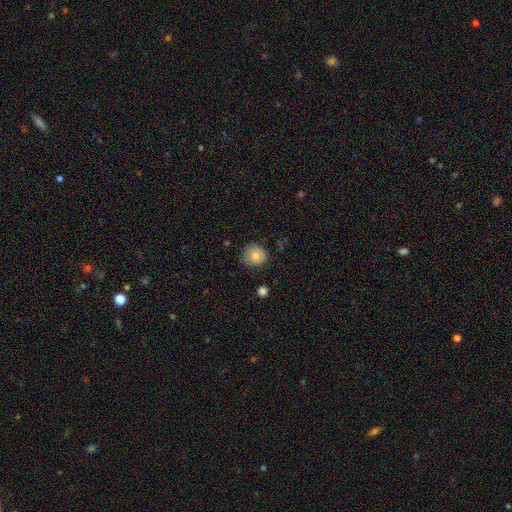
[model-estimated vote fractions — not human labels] A smooth galaxy with no disk features (78%) that is round (86%).

Vote fractions:
- Smooth or featured? smooth: 78% / featured or disk: 13% / star or artifact: 9%
- How rounded? round: 86% / in between: 13% / cigar-shaped: 1%
- Merging? none: 71% / minor disturbance: 23% / major disturbance: 5% / merger: 2%